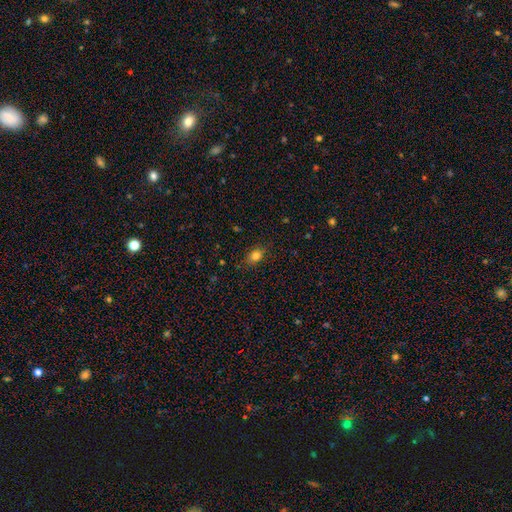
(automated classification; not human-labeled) smooth-or-featured: smooth: 82% | star or artifact: 11% | featured or disk: 7%
  how-rounded: in between: 74% | round: 24% | cigar-shaped: 2%
  merging: none: 84% | minor disturbance: 12% | major disturbance: 3% | merger: 1%